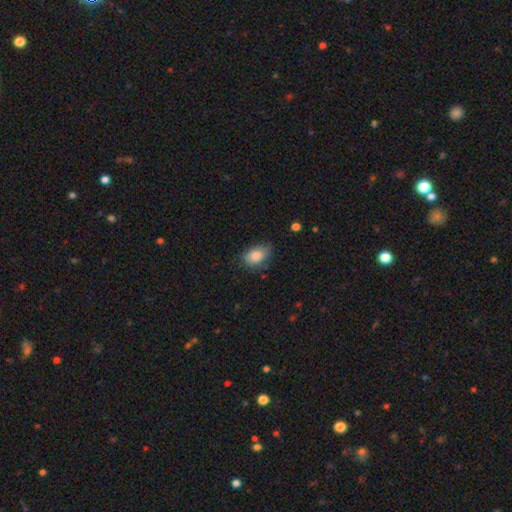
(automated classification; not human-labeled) Smooth or featured?
  - smooth: 83% *
  - featured or disk: 9%
  - star or artifact: 8%
How rounded?
  - in between: 83% *
  - round: 15%
  - cigar-shaped: 2%
Merging?
  - none: 61% *
  - minor disturbance: 31%
  - major disturbance: 6%
  - merger: 2%